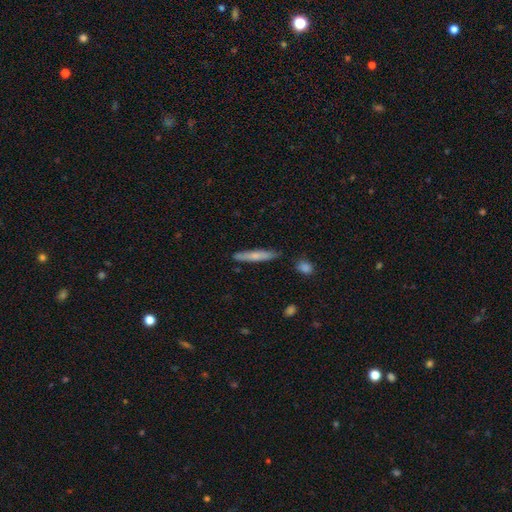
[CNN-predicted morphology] Smooth or featured? Predicted: smooth (p=0.67). How rounded? Predicted: cigar-shaped (p=0.93). Merging? Predicted: none (p=0.85).